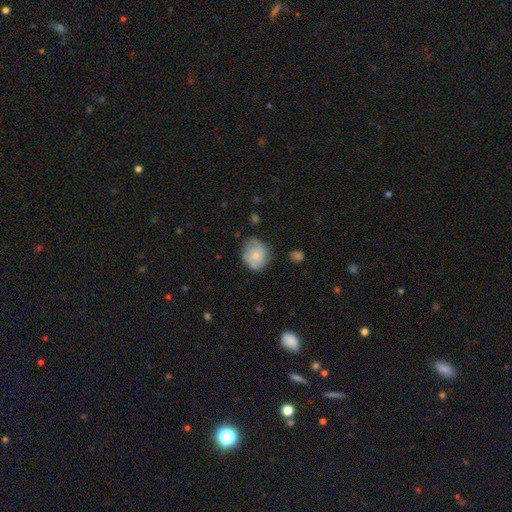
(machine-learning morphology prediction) Smooth or featured?
  - smooth: 67% *
  - featured or disk: 25%
  - star or artifact: 8%
How rounded?
  - round: 62% *
  - in between: 37%
  - cigar-shaped: 1%
Merging?
  - none: 61% *
  - minor disturbance: 29%
  - major disturbance: 8%
  - merger: 2%